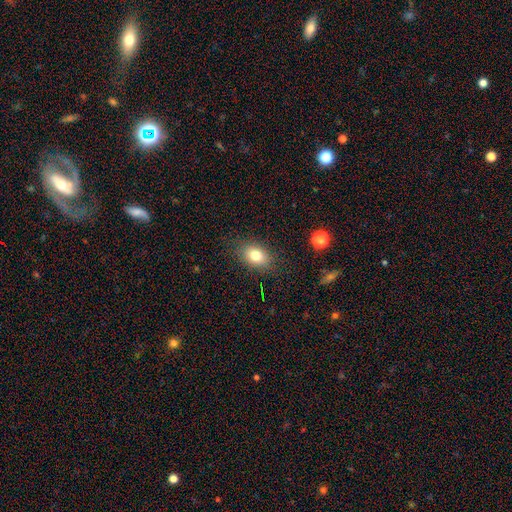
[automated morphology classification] Smooth or featured? smooth (79%)
How rounded? in between (80%)
Merging? none (83%)